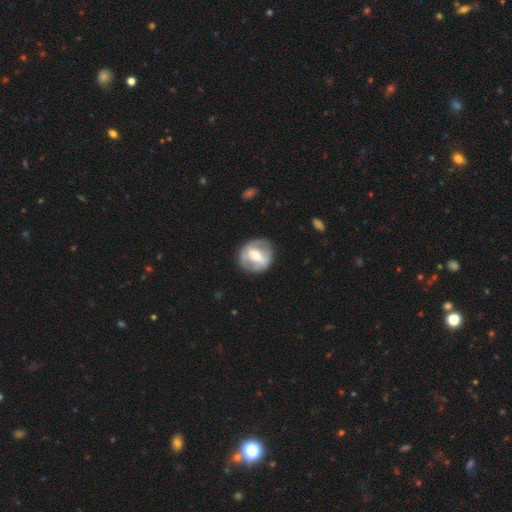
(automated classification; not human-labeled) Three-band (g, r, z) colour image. It shows a featured or disk galaxy (67%) with a strong bar (59%), no spiral arms (57%) and a moderate central bulge (63%). Merging: none (82%).